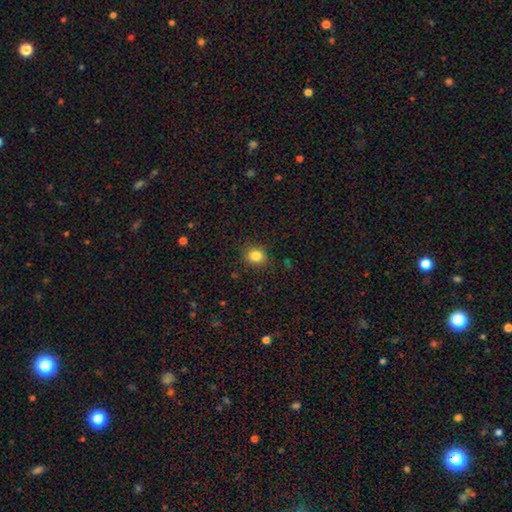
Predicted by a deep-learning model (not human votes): Smooth or featured? smooth (84%)
How rounded? round (67%)
Merging? none (87%)